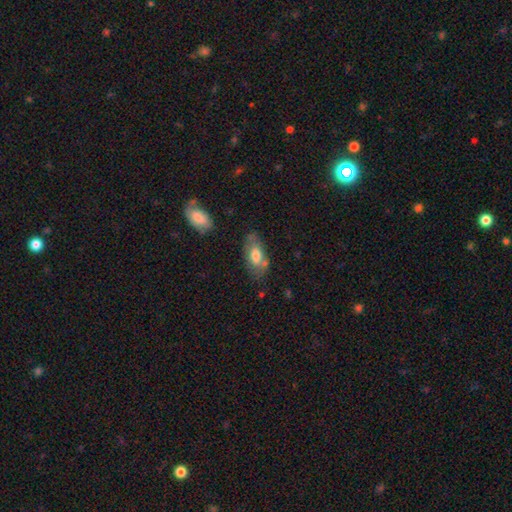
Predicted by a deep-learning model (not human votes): Q: Smooth or featured?
A: smooth (64%); runner-up: featured or disk (30%)
Q: How rounded?
A: in between (89%); runner-up: cigar-shaped (7%)
Q: Merging?
A: none (65%); runner-up: minor disturbance (22%)